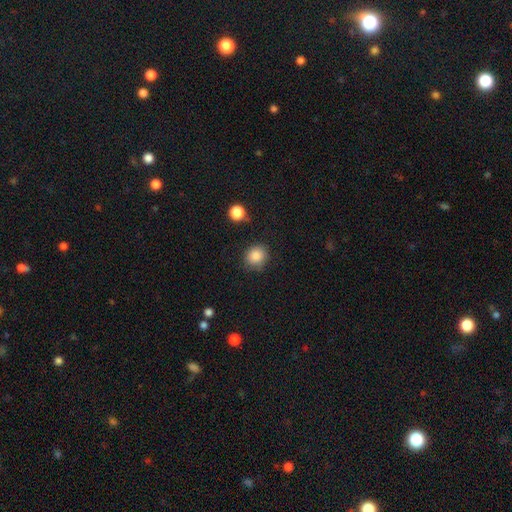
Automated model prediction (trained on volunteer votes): Smooth or featured? Predicted: smooth (p=0.87). How rounded? Predicted: round (p=0.80). Merging? Predicted: none (p=0.80).